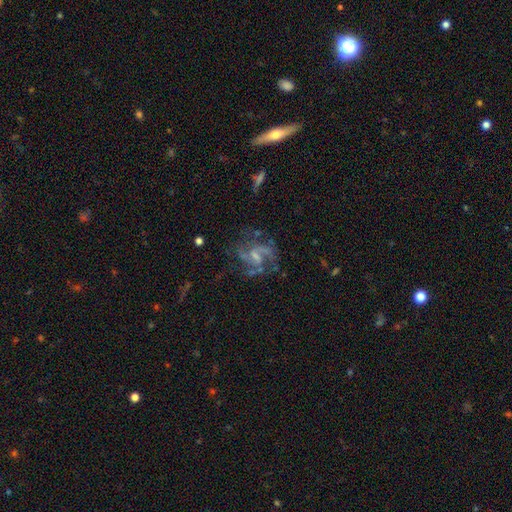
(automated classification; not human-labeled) Smooth or featured? Predicted: featured or disk (p=0.81). Edge-on disk? Predicted: no (p=0.98). Bar? Predicted: weak (p=0.50). Spiral arms? Predicted: yes (p=0.91). Spiral winding? Predicted: medium (p=0.52). Spiral arm count? Predicted: 2 (p=0.46). Bulge size? Predicted: small (p=0.48). Merging? Predicted: none (p=0.61).